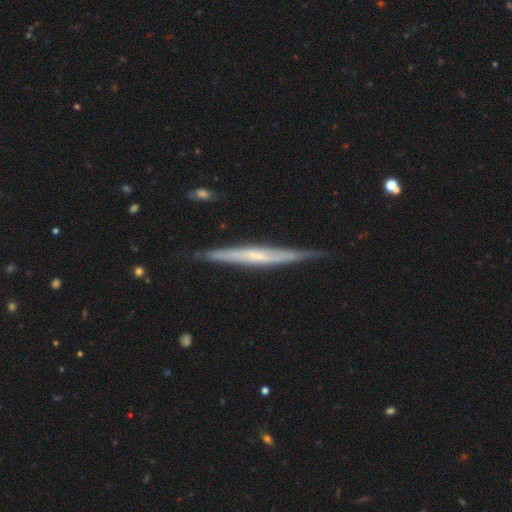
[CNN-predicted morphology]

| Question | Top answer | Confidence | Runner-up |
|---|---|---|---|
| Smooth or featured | featured or disk | 65% | smooth (30%) |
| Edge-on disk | yes | 95% | no (5%) |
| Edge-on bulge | none | 59% | rounded (30%) |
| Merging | none | 81% | minor disturbance (16%) |